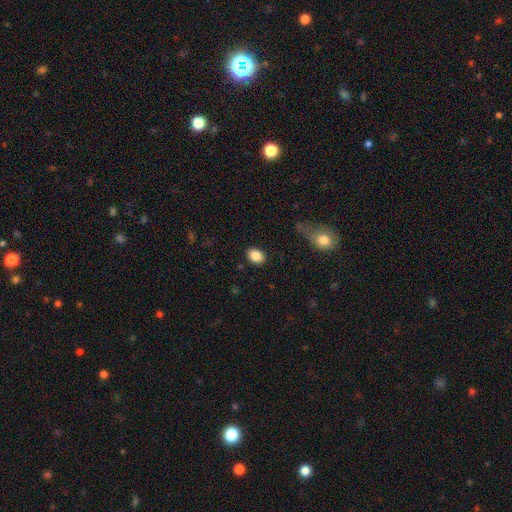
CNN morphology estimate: smooth-or-featured: smooth: 86% | star or artifact: 8% | featured or disk: 6%
  how-rounded: in between: 76% | round: 23% | cigar-shaped: 1%
  merging: none: 86% | minor disturbance: 10% | major disturbance: 3% | merger: 2%